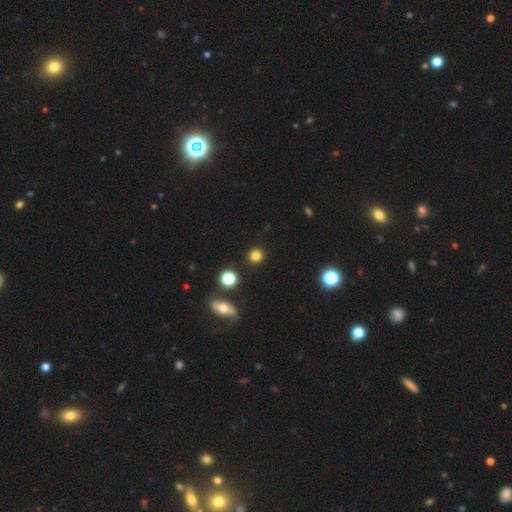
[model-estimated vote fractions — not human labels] A smooth galaxy with no disk features (80%) that is round (92%).

Vote fractions:
- Smooth or featured? smooth: 80% / star or artifact: 14% / featured or disk: 5%
- How rounded? round: 92% / in between: 7% / cigar-shaped: 1%
- Merging? none: 90% / minor disturbance: 5% / merger: 2% / major disturbance: 2%